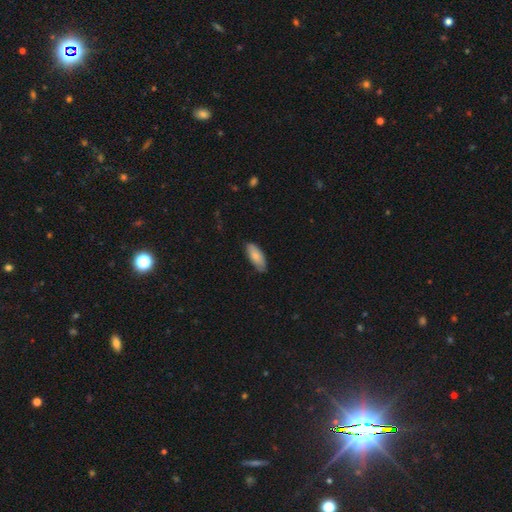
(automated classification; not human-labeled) Overall: smooth (82%). How rounded: in between (81%). Merging: none (77%).